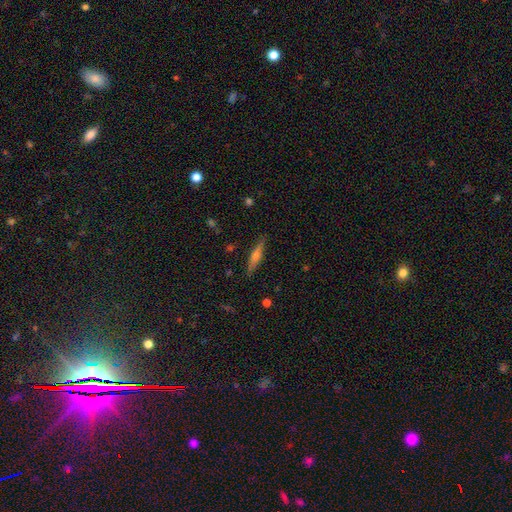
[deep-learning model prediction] The model was most divided on "smooth or featured": featured or disk: 61%, smooth: 32%, star or artifact: 7%. More confident: edge-on disk — yes (97%); merging — none (89%); edge-on bulge — rounded (80%).